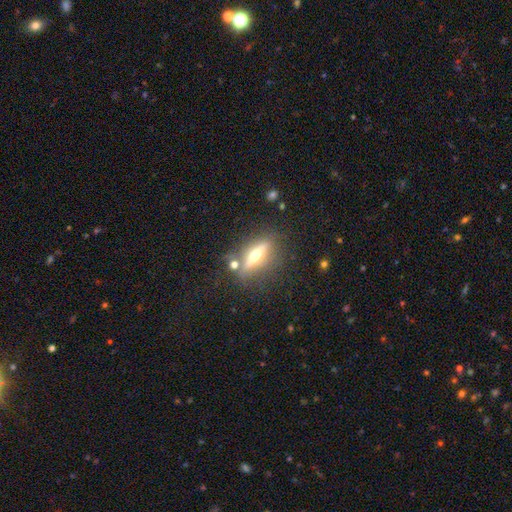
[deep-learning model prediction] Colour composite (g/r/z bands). It shows a featured or disk galaxy (61%) viewed edge-on (86%) with a rounded central bulge (92%). Merging: none (75%).